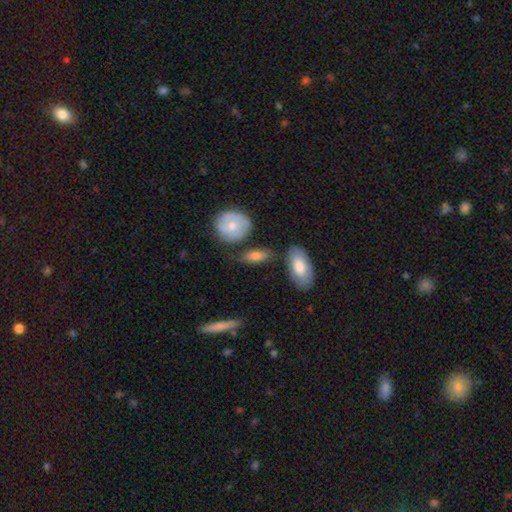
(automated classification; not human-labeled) smooth-or-featured: smooth: 65% | featured or disk: 28% | star or artifact: 6%
  how-rounded: in between: 76% | cigar-shaped: 18% | round: 6%
  merging: none: 68% | minor disturbance: 19% | merger: 8% | major disturbance: 5%